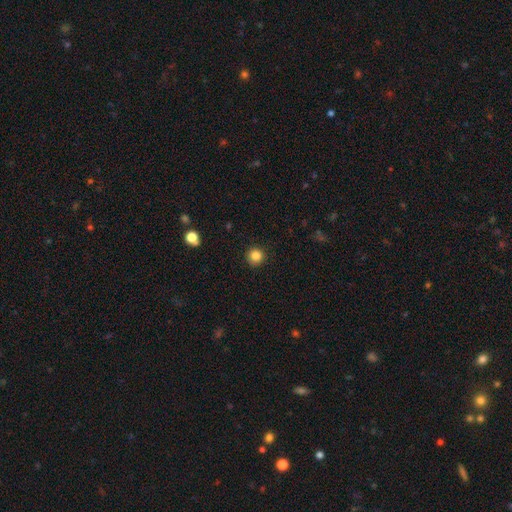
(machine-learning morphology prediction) type=smooth (84%); roundness=round (94%); merging=none (91%).